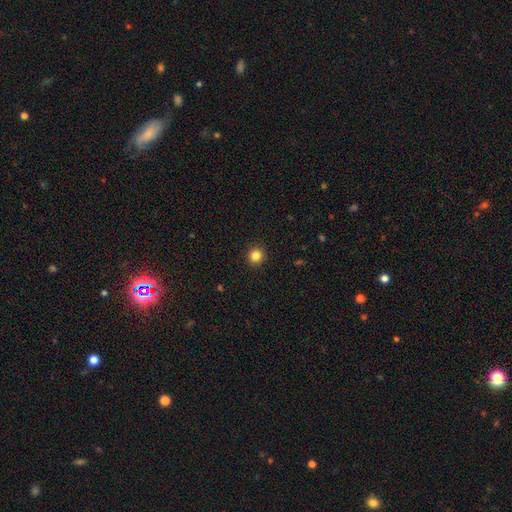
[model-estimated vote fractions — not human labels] The model was most divided on "smooth or featured": smooth: 84%, star or artifact: 12%, featured or disk: 4%. More confident: how rounded — round (94%); merging — none (93%).